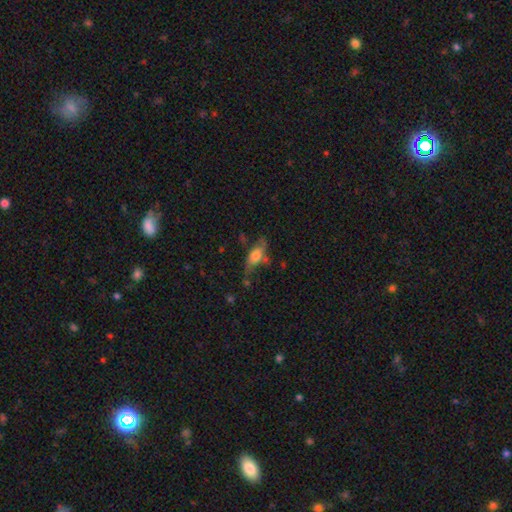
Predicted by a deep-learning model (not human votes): The model was most divided on "smooth or featured": smooth: 53%, featured or disk: 38%, star or artifact: 9%. Remaining: how rounded — in between (70%); merging — none (47%).